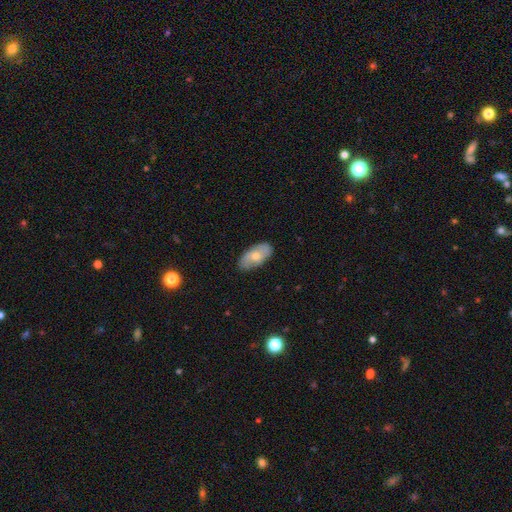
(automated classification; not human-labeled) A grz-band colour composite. It shows a smooth galaxy with no disk features (62%) that is in between round and cigar-shaped (92%). Merging: none (81%).